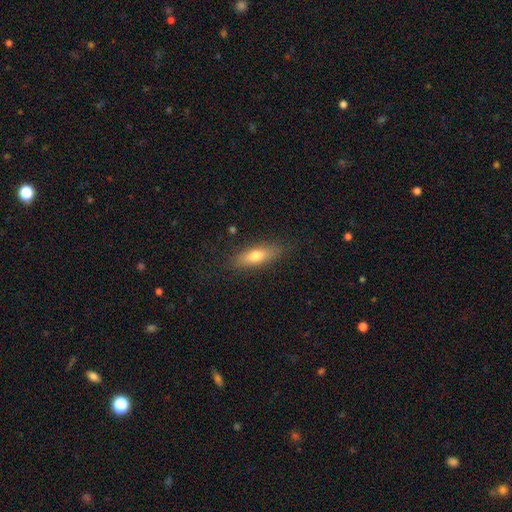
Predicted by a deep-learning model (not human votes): This is likely a smooth galaxy (68%). How rounded: possibly in between (54%). Merging: clearly none (83%).